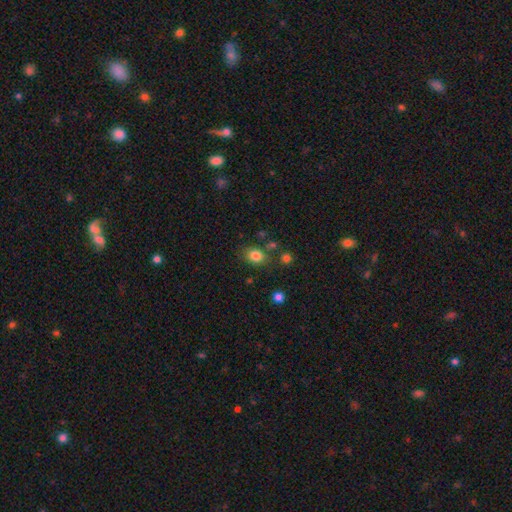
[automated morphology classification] Overall: smooth (82%). How rounded: in between (55%; round 44%). Merging: none (74%).